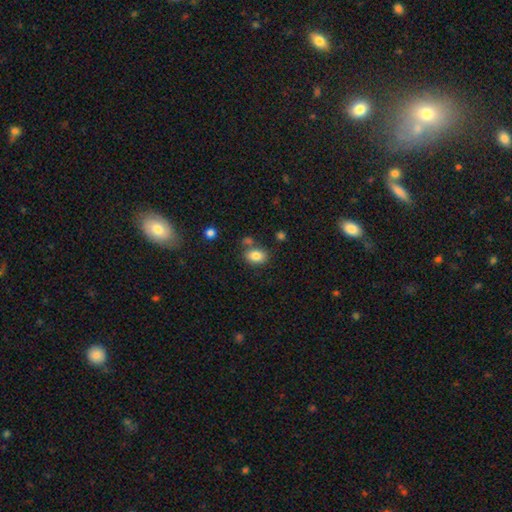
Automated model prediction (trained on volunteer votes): This is clearly a smooth galaxy (84%). How rounded: likely in between (77%). Merging: likely none (69%).